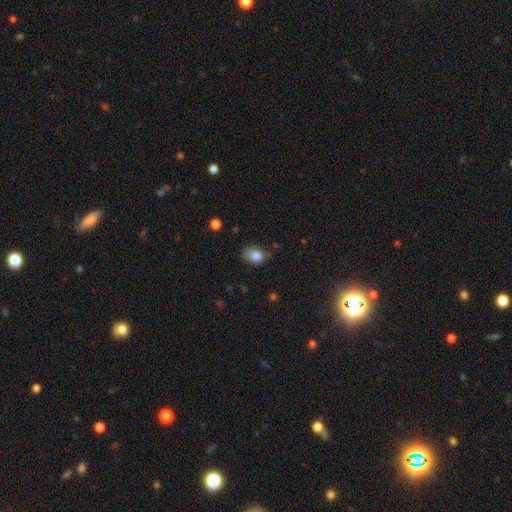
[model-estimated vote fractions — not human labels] Smooth or featured? smooth (83%)
How rounded? in between (66%)
Merging? none (54%)